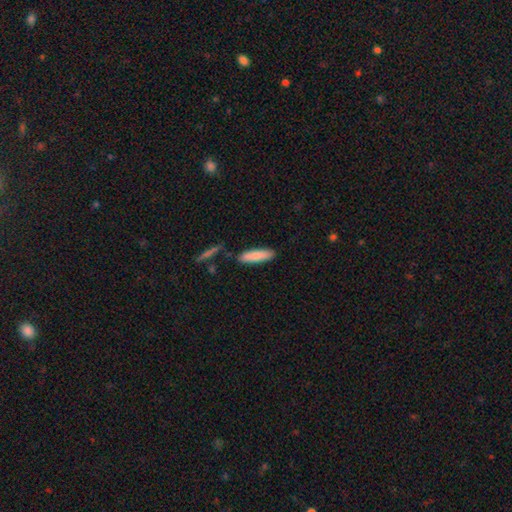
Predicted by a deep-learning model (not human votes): The model was most divided on "how rounded": cigar-shaped: 66%, in between: 32%, round: 2%. More confident: merging — none (85%); smooth or featured — smooth (83%).